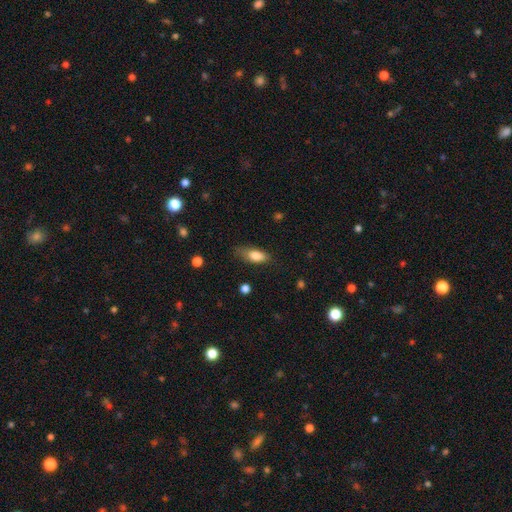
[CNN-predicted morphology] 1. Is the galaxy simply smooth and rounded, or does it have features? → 81% smooth, 12% featured or disk, 7% star or artifact.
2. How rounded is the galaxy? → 78% in between, 18% cigar-shaped, 4% round.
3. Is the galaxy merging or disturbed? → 66% none, 25% minor disturbance, 7% major disturbance, 2% merger.